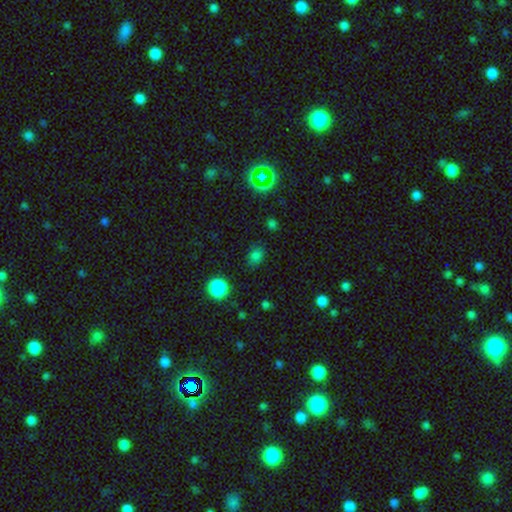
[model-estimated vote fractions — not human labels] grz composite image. It shows a smooth galaxy with no disk features (73%) that is in between round and cigar-shaped (54%). Merging: none (80%).